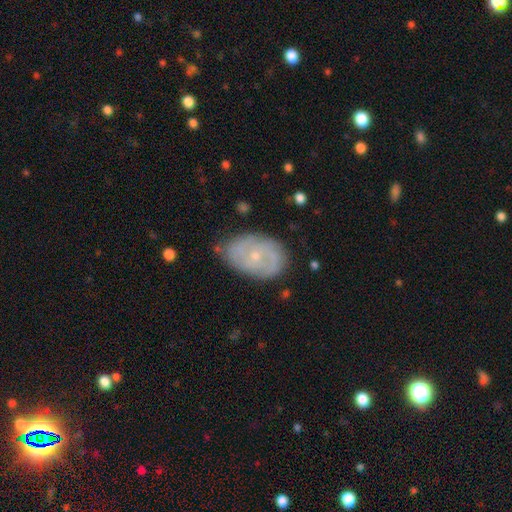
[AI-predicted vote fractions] A featured or disk galaxy (61%) with no bar (78%), spiral arms (70%) and a small central bulge (75%). Merging: none (68%).